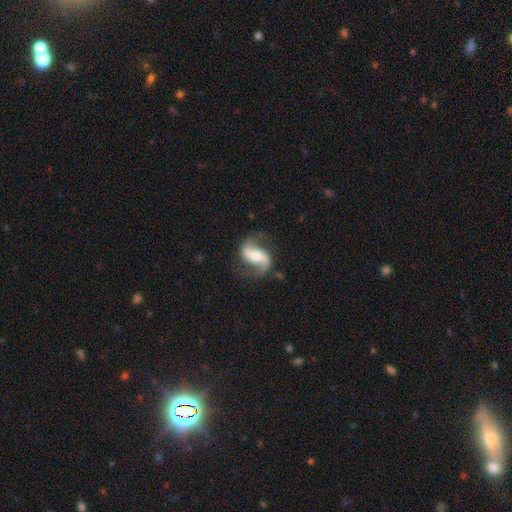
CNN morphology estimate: The model was most divided on "bar": strong: 39%, weak: 31%, no: 29%. More confident: edge-on disk — no (95%); spiral arms — yes (95%); spiral arm count — 2 (92%); smooth or featured — featured or disk (84%); merging — none (76%); spiral winding — loose (68%); bulge size — moderate (57%).